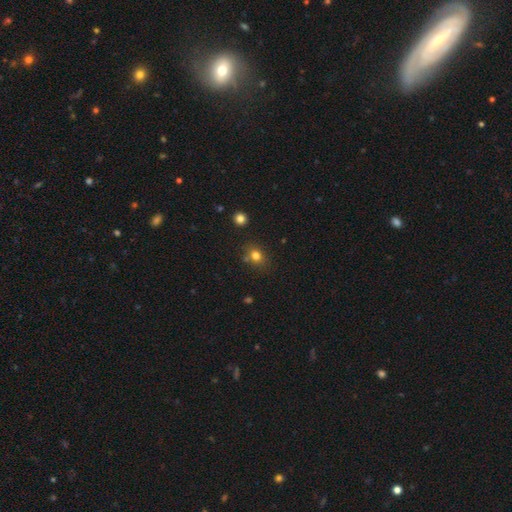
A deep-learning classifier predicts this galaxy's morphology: A smooth galaxy with no disk features (78%) that is round (57%). Merging: none (72%).